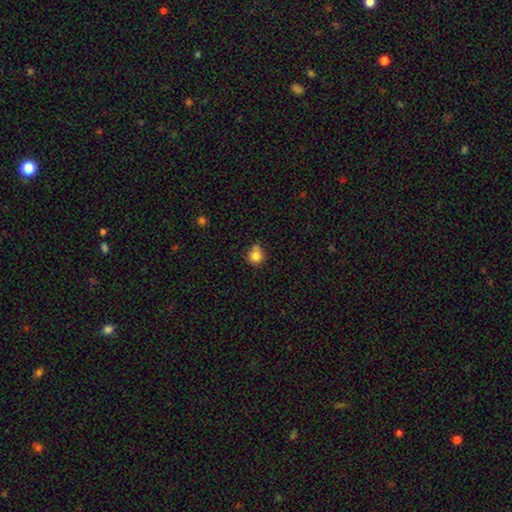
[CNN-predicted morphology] Smooth or featured? Predicted: smooth (p=0.83). How rounded? Predicted: round (p=0.90). Merging? Predicted: none (p=0.67).